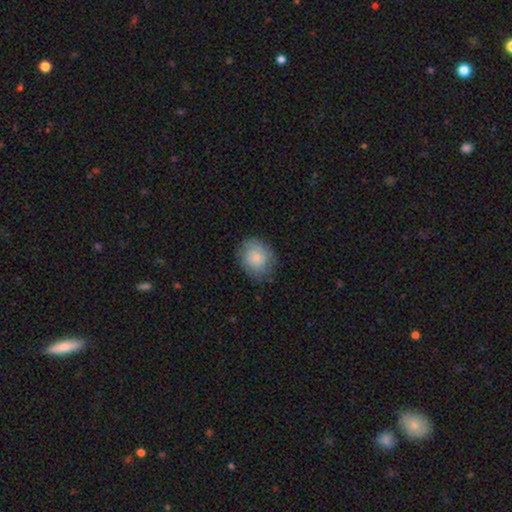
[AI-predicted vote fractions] This is likely a smooth galaxy (75%). How rounded: likely round (69%). Merging: likely none (75%).